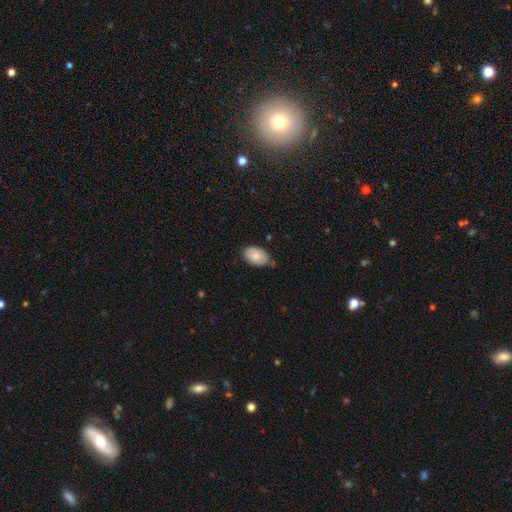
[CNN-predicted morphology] Overall: smooth (85%). How rounded: in between (92%). Merging: none (70%).